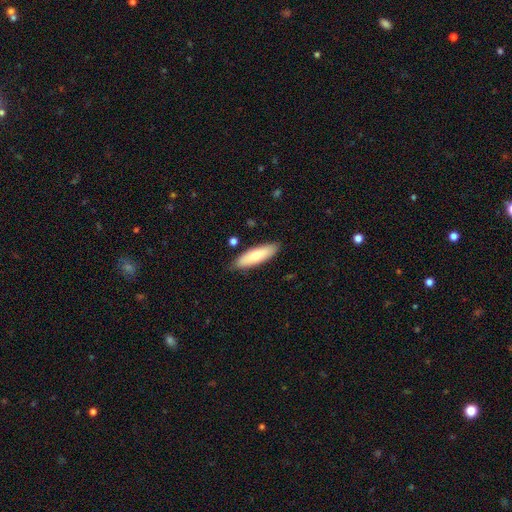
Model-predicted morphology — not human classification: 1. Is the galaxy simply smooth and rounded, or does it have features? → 74% smooth, 21% featured or disk, 6% star or artifact.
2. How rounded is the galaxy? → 51% cigar-shaped, 48% in between, 2% round.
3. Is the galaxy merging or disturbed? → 85% none, 11% minor disturbance, 2% major disturbance, 2% merger.